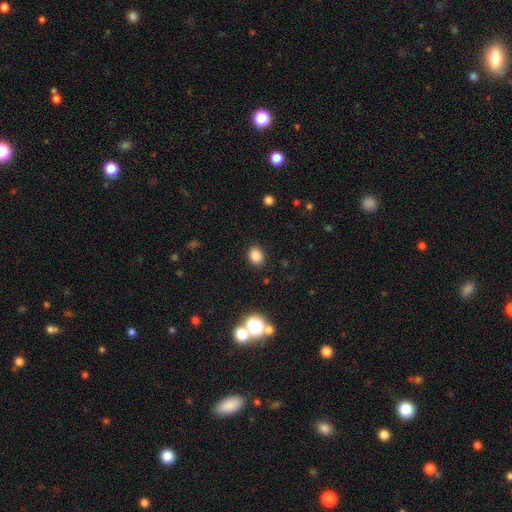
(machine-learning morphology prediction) Smooth or featured?
  - smooth: 84% *
  - star or artifact: 12%
  - featured or disk: 4%
How rounded?
  - in between: 56% *
  - round: 43%
  - cigar-shaped: 1%
Merging?
  - none: 89% *
  - minor disturbance: 7%
  - major disturbance: 2%
  - merger: 1%